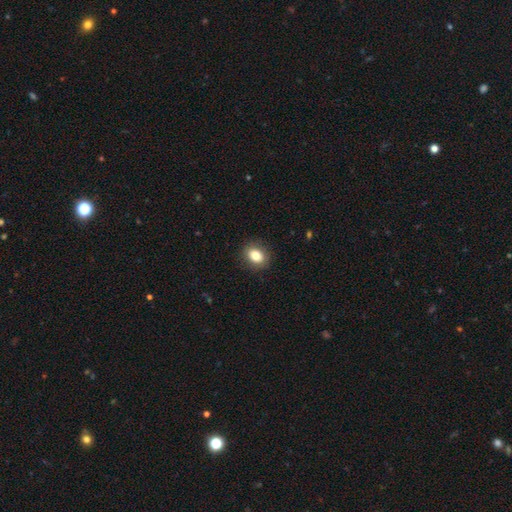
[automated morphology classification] A smooth galaxy with no disk features (82%) that is in between round and cigar-shaped (59%).

Vote fractions:
- Smooth or featured? smooth: 82% / star or artifact: 9% / featured or disk: 9%
- How rounded? in between: 59% / round: 40% / cigar-shaped: 1%
- Merging? none: 88% / minor disturbance: 8% / major disturbance: 3% / merger: 1%